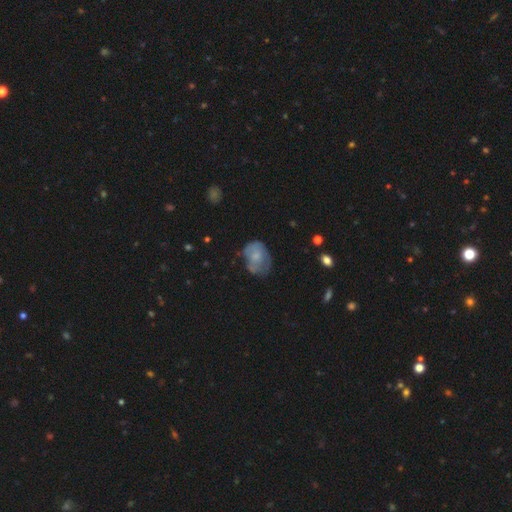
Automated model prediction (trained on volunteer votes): smooth 57%, featured or disk 35%, star or artifact 8%. Down the decision tree: how rounded — in between (70%); merging — none (40%).